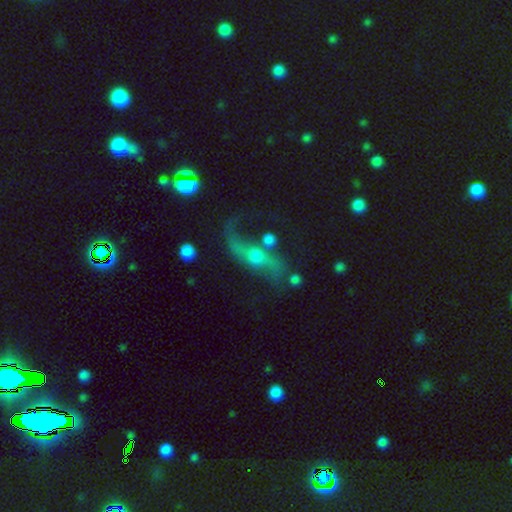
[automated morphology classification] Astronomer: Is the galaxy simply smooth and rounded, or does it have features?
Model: featured or disk — 78%.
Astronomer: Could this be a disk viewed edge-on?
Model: no — 84%.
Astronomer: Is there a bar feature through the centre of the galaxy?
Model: no — 57%.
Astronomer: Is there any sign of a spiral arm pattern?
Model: yes — 88%.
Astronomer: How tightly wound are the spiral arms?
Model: loose — 86%.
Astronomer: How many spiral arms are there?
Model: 2 — 89%.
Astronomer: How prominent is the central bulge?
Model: moderate — 57%.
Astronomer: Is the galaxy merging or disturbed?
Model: none — 50%.